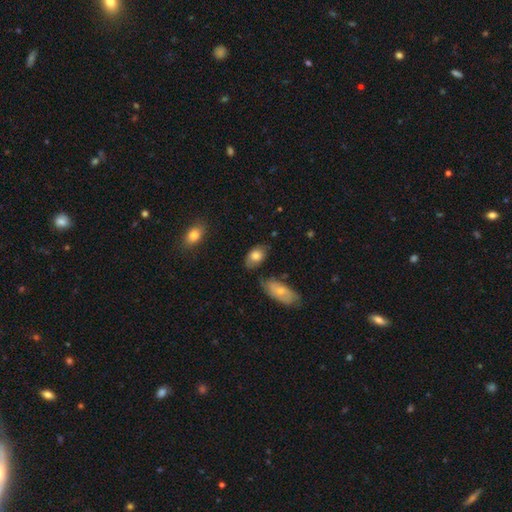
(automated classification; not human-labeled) smooth_or_featured: smooth (p=0.74) [alt: featured or disk p=0.19]
how_rounded: in between (p=0.86) [alt: round p=0.13]
merging: none (p=0.62) [alt: minor disturbance p=0.26]